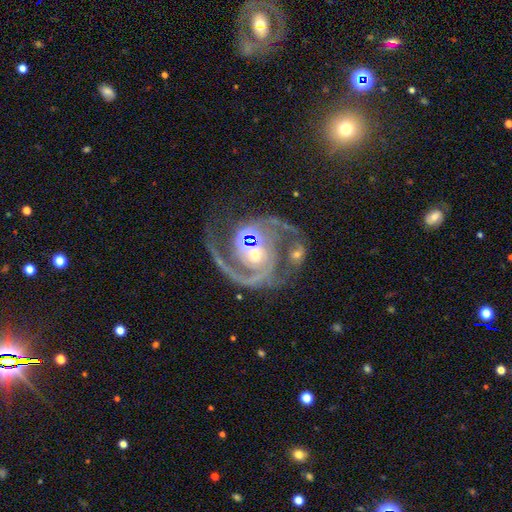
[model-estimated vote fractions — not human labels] Overall: featured or disk (90%). Edge-on disk: no (98%). Bar: no (51%; weak 32%). Spiral arms: yes (98%). Spiral arm count: 2 (86%). Spiral winding: medium (57%; tight 29%). Bulge size: moderate (47%; small 43%). Merging: none (48%; merger 20%).